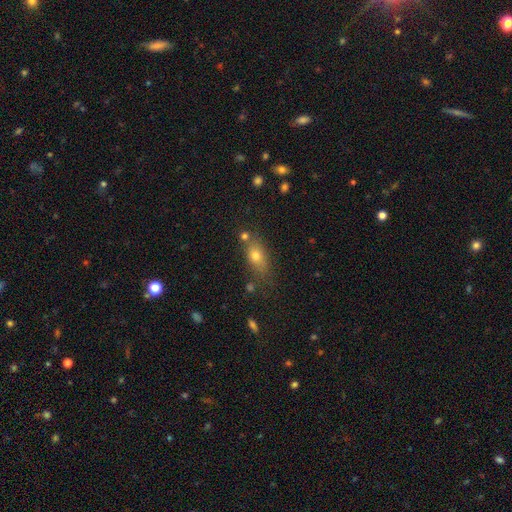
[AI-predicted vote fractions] Overall: smooth (71%). How rounded: in between (69%). Merging: none (66%).